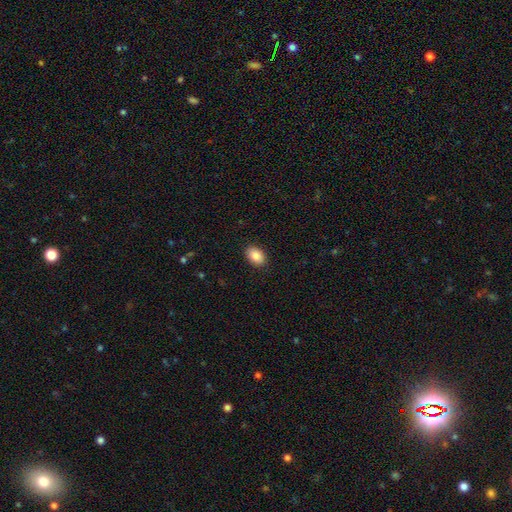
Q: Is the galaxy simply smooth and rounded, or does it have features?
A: smooth — 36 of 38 (95%).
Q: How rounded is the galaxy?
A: in between — 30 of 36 (83%).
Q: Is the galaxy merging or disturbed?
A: none — 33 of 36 (92%).